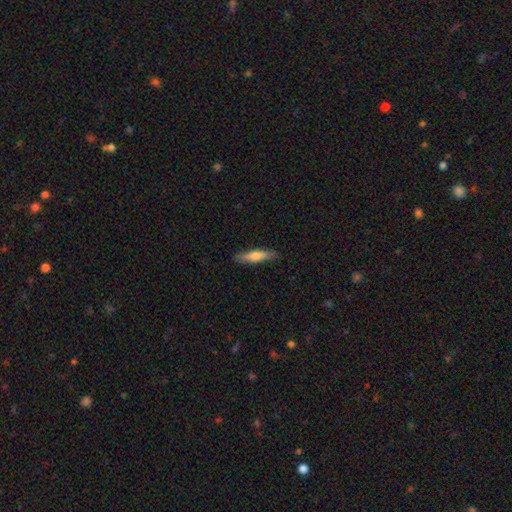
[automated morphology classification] Smooth or featured? Predicted: smooth (p=0.59). How rounded? Predicted: cigar-shaped (p=0.79). Merging? Predicted: none (p=0.88).